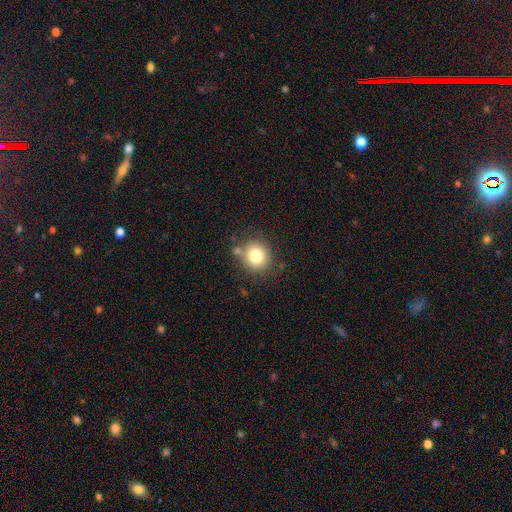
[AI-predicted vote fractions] Smooth or featured: smooth — 79% (star or artifact — 11%)
How rounded: round — 84% (in between — 15%)
Merging: none — 76% (minor disturbance — 12%)